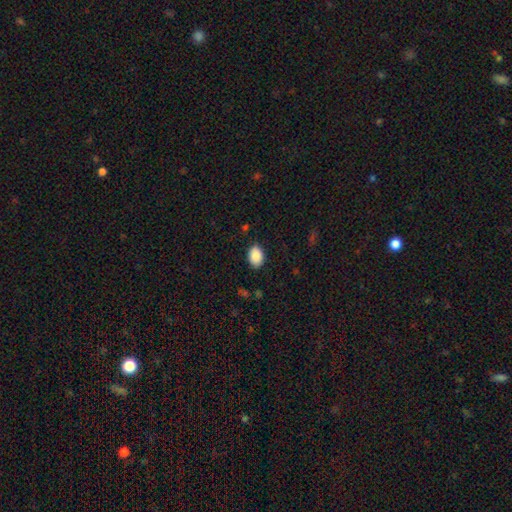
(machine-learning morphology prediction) Overall: smooth (89%). How rounded: in between (83%). Merging: none (86%).